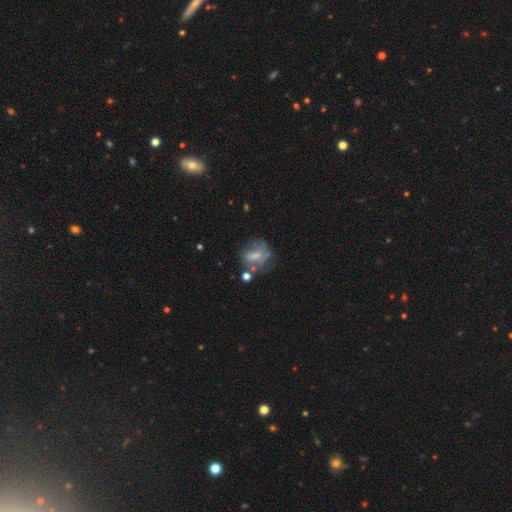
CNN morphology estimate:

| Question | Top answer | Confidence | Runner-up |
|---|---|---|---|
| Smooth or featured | smooth | 45% | featured or disk (43%) |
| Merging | none | 45% | minor disturbance (23%) |